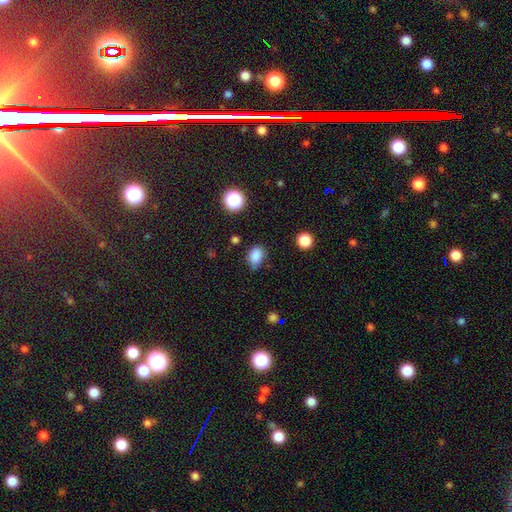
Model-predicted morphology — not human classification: smooth-or-featured: smooth: 85% | star or artifact: 11% | featured or disk: 4%
  how-rounded: in between: 74% | round: 25% | cigar-shaped: 1%
  merging: none: 66% | minor disturbance: 27% | major disturbance: 5% | merger: 3%